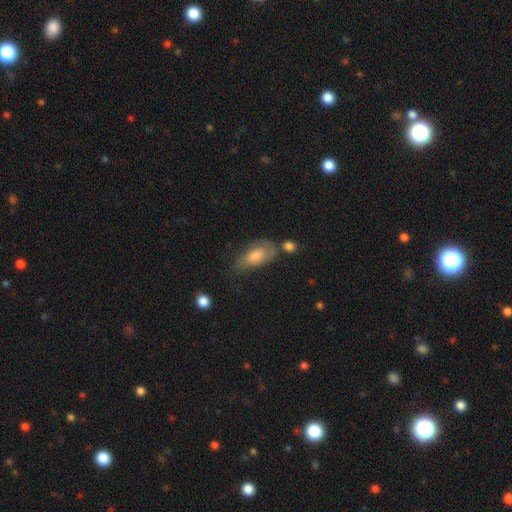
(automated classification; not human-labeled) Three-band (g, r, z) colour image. It shows a smooth galaxy with no disk features (57%) that is in between round and cigar-shaped (86%). Merging: none (46%).